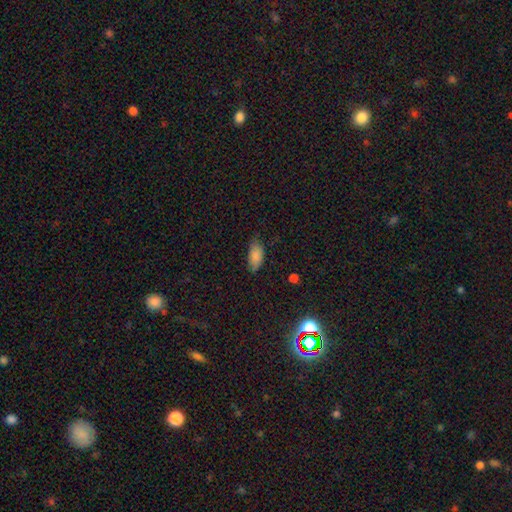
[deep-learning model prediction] A smooth galaxy with no disk features (84%) that is in between round and cigar-shaped (91%). Merging: none (69%).